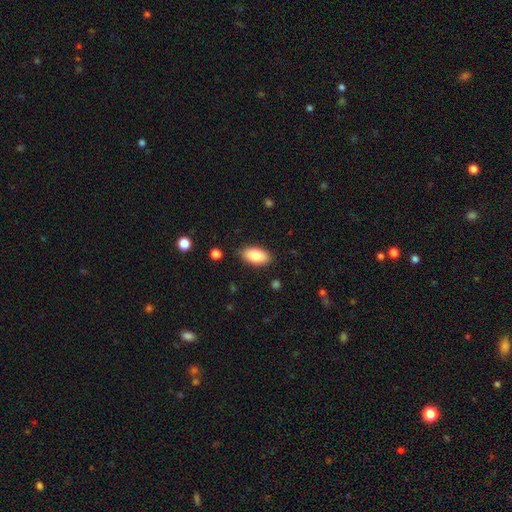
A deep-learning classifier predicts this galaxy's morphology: Overall: smooth (83%). How rounded: in between (93%). Merging: none (87%).